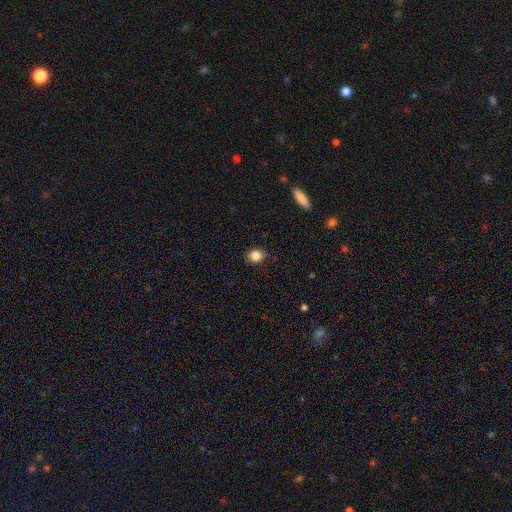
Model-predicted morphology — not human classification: type=smooth (84%); roundness=round (72%); merging=none (87%).